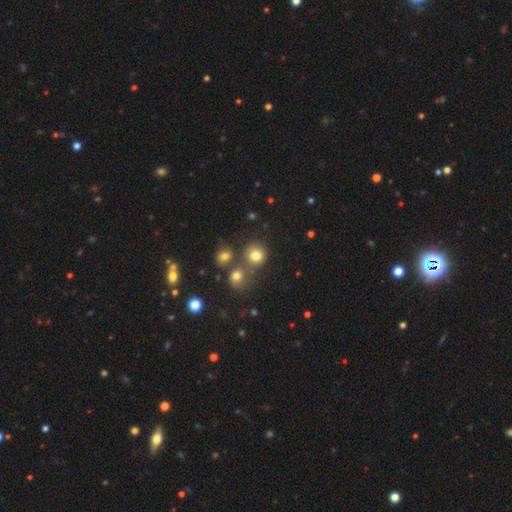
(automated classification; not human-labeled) Smooth or featured: smooth — 77% (star or artifact — 15%)
How rounded: round — 86% (in between — 13%)
Merging: none — 64% (merger — 22%)